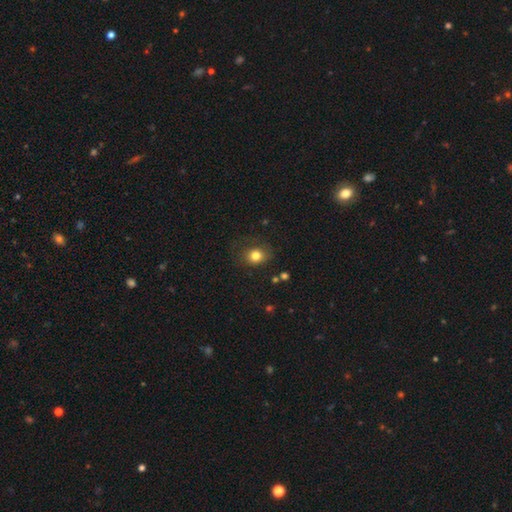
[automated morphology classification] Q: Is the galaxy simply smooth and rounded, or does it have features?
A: smooth — 80%.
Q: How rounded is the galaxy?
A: round — 63%.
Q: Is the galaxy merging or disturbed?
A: none — 69%.